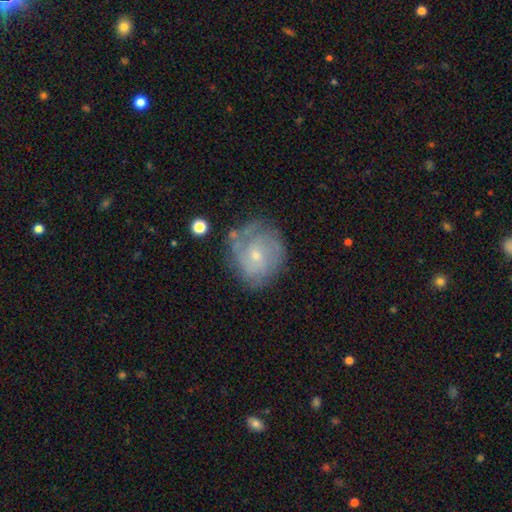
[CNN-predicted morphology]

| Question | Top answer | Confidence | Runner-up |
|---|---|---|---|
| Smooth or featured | featured or disk | 69% | smooth (23%) |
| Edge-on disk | no | 97% | yes (3%) |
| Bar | no | 69% | weak (27%) |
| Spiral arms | yes | 84% | no (16%) |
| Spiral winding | tight | 58% | medium (31%) |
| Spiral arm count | can't tell | 44% | 2 (23%) |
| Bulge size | small | 65% | moderate (30%) |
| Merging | none | 64% | minor disturbance (23%) |